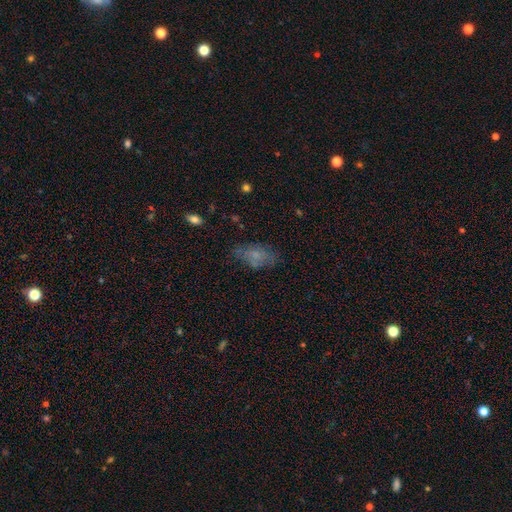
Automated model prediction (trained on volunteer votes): This appears to be a smooth galaxy with no disk features (61%) that is in between round and cigar-shaped (88%). Merging: none (61%).